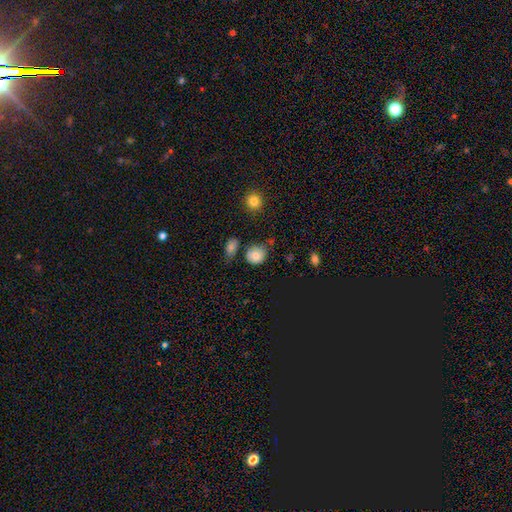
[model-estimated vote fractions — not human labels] A smooth galaxy with no disk features (81%) that is round (80%).

Vote fractions:
- Smooth or featured? smooth: 81% / star or artifact: 11% / featured or disk: 8%
- How rounded? round: 80% / in between: 19% / cigar-shaped: 1%
- Merging? none: 68% / minor disturbance: 19% / merger: 8% / major disturbance: 5%